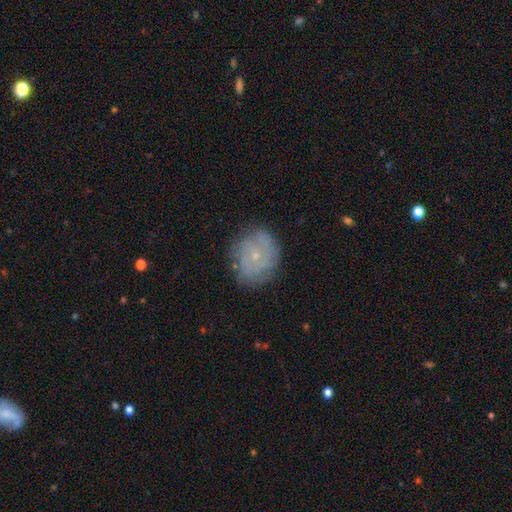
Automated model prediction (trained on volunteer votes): A featured or disk galaxy (64%) with no bar (79%), tight (64%) spiral arms (83%) and a small central bulge (79%).

Vote fractions:
- Smooth or featured? featured or disk: 64% / smooth: 27% / star or artifact: 9%
- Edge-on disk? no: 97% / yes: 3%
- Bar? no: 79% / weak: 18% / strong: 3%
- Spiral arms? yes: 83% / no: 17%
- Spiral winding? tight: 64% / medium: 28% / loose: 9%
- Spiral arm count? can't tell: 44% / 2: 27% / 3: 13% / 4: 6% / 1: 5% / more than 4: 5%
- Bulge size? small: 79% / moderate: 16% / none: 3% / large: 1% / dominant: 1%
- Merging? none: 77% / minor disturbance: 16% / major disturbance: 5% / merger: 1%